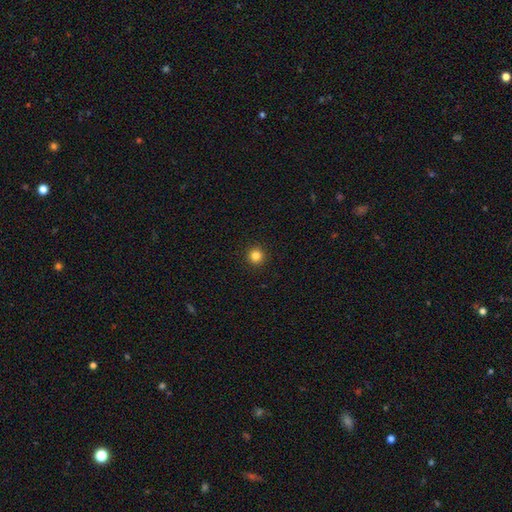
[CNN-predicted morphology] Q: Smooth or featured?
A: smooth (83%); runner-up: star or artifact (12%)
Q: How rounded?
A: round (95%); runner-up: in between (4%)
Q: Merging?
A: none (93%); runner-up: minor disturbance (4%)